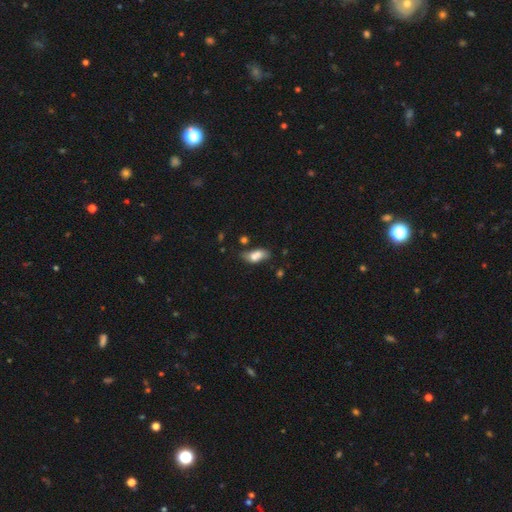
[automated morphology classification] Smooth or featured? Predicted: smooth (p=0.73). How rounded? Predicted: in between (p=0.84). Merging? Predicted: none (p=0.41).